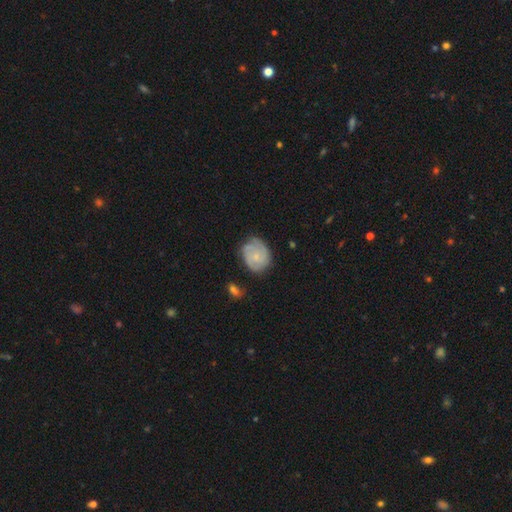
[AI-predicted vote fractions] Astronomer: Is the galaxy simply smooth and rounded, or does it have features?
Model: featured or disk — 55% (runner-up: smooth, 38%).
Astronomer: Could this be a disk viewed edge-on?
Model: no — 98%.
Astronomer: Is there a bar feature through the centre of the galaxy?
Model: no — 76%.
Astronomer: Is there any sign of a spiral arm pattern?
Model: yes — 84%.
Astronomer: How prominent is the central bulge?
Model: small — 70%.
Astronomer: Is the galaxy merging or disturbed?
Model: none — 64%.